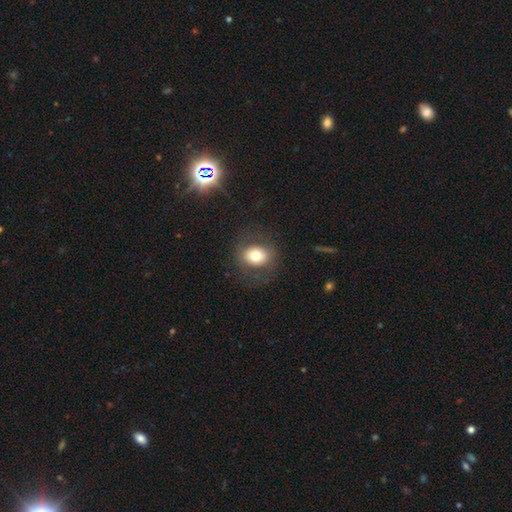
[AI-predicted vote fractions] smooth-or-featured: smooth: 72% | featured or disk: 19% | star or artifact: 10%
  how-rounded: round: 60% | in between: 39% | cigar-shaped: 1%
  merging: none: 79% | minor disturbance: 11% | major disturbance: 8% | merger: 1%